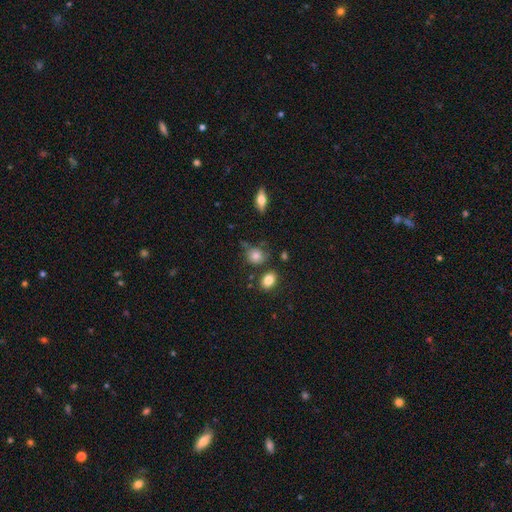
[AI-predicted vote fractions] Overall: smooth (81%). How rounded: round (65%; in between 33%). Merging: none (65%).